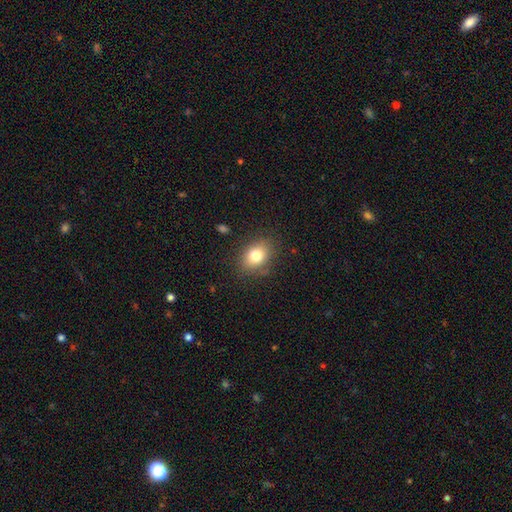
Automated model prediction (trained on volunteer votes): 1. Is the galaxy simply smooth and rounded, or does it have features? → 78% smooth, 11% featured or disk, 10% star or artifact.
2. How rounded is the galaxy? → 69% in between, 30% round, 1% cigar-shaped.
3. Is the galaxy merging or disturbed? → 82% none, 13% minor disturbance, 4% major disturbance, 2% merger.